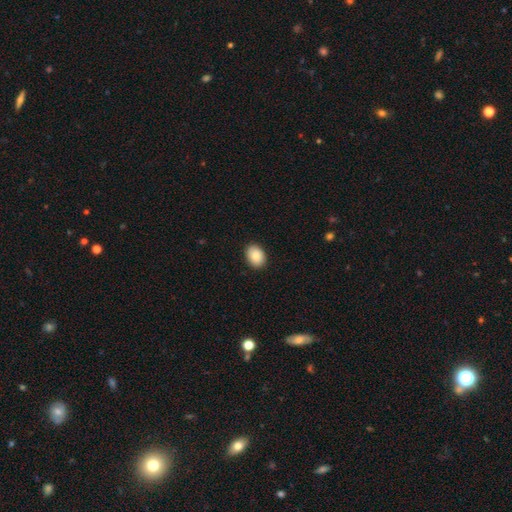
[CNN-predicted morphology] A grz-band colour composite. It shows a smooth galaxy with no disk features (87%) that is in between round and cigar-shaped (70%). Merging: none (90%).